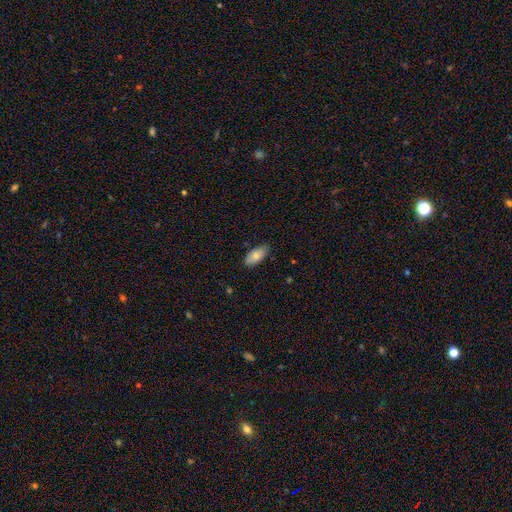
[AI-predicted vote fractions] smooth 78%, featured or disk 15%, star or artifact 6%. Down the decision tree: how rounded — in between (92%); merging — none (81%).